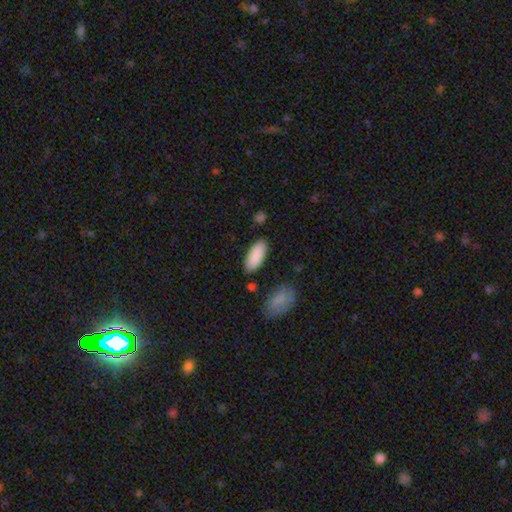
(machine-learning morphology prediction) Smooth or featured? Predicted: smooth (p=0.89). How rounded? Predicted: in between (p=0.84). Merging? Predicted: none (p=0.83).